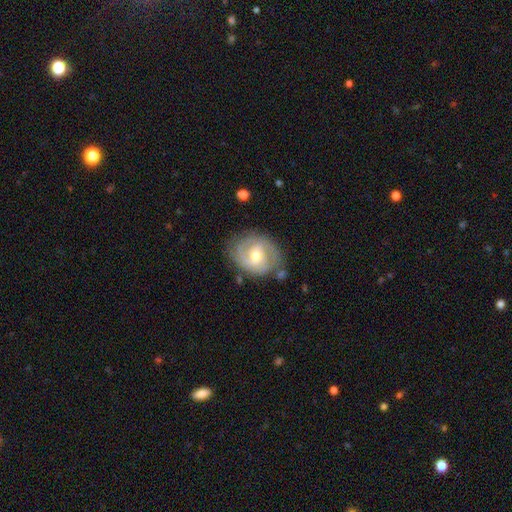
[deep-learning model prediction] Smooth or featured: featured or disk — 72% (smooth — 22%)
Edge-on disk: no — 97% (yes — 3%)
Bar: weak — 50% (no — 35%)
Spiral arms: yes — 85% (no — 15%)
Spiral winding: tight — 45% (medium — 40%)
Spiral arm count: 2 — 66% (can't tell — 18%)
Bulge size: moderate — 65% (small — 30%)
Merging: none — 72% (minor disturbance — 18%)